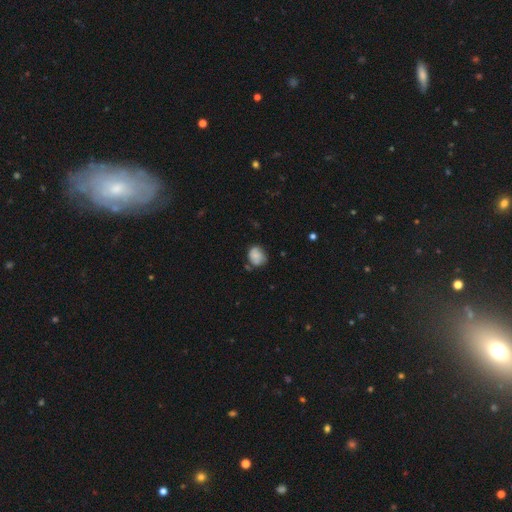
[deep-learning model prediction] A smooth galaxy with no disk features (65%) that is round (55%). Merging: none (52%).